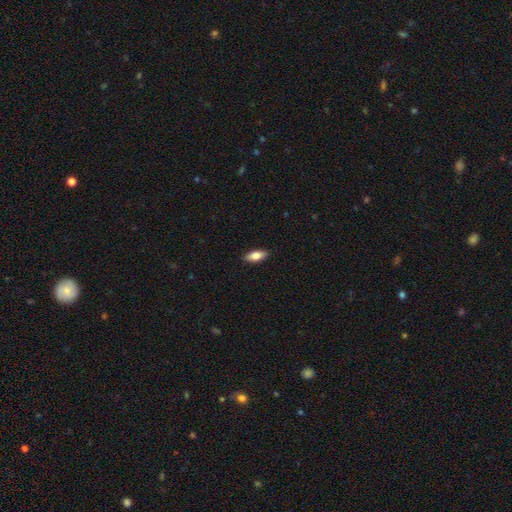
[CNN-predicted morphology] Smooth or featured: smooth — 77% (featured or disk — 17%)
How rounded: in between — 78% (cigar-shaped — 20%)
Merging: none — 89% (minor disturbance — 8%)